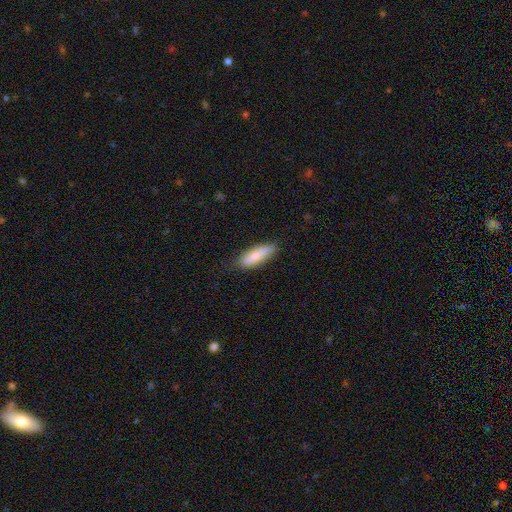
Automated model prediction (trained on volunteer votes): Smooth or featured: smooth — 81% (featured or disk — 13%)
How rounded: in between — 53% (cigar-shaped — 45%)
Merging: none — 78% (minor disturbance — 18%)